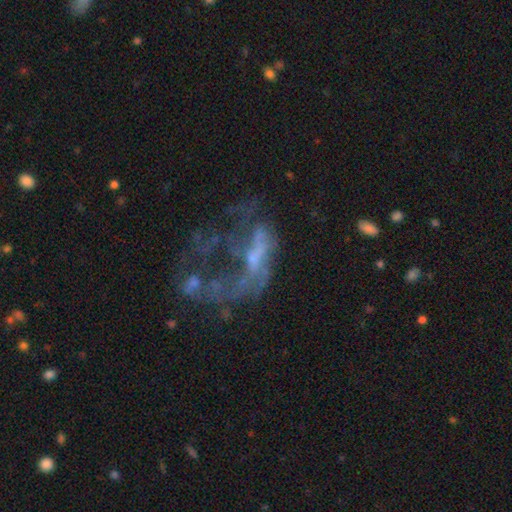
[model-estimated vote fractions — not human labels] featured or disk 62%, star or artifact 19%, smooth 19%. Down the decision tree: edge-on disk — no (94%); bar — no (72%); spiral arms — no (77%); bulge size — none (51%); merging — major disturbance (52%).